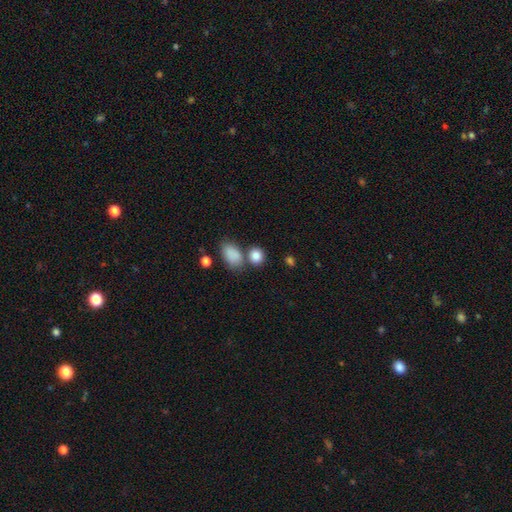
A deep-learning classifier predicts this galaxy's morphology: Smooth or featured: smooth — 86% (star or artifact — 9%)
How rounded: round — 61% (in between — 38%)
Merging: none — 64% (merger — 20%)